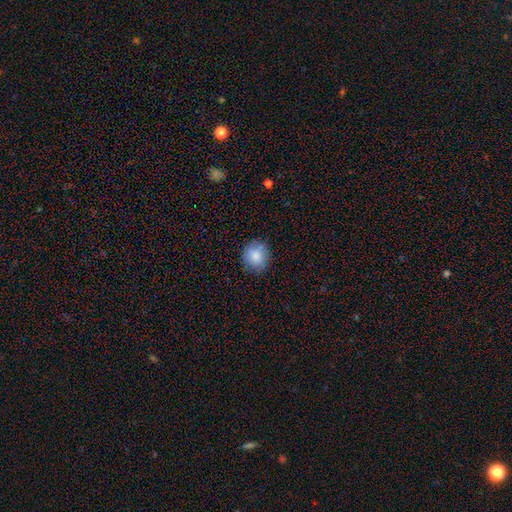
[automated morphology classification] type=smooth (84%); roundness=round (85%); merging=none (82%).